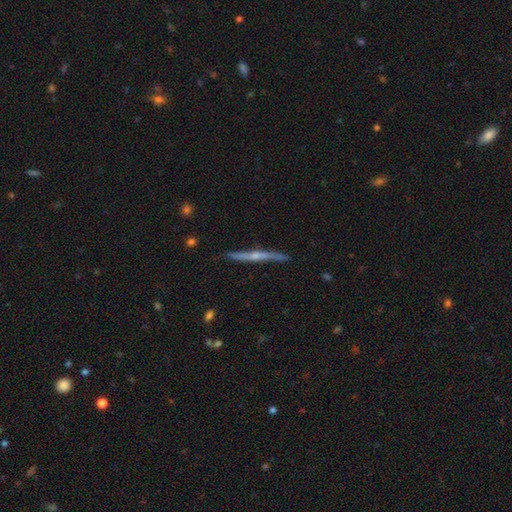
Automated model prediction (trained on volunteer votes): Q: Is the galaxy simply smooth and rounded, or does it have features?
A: featured or disk — 72%.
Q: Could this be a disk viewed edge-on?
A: yes — 97%.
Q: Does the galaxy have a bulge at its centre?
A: rounded — 59%.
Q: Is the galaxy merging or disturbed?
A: none — 85%.